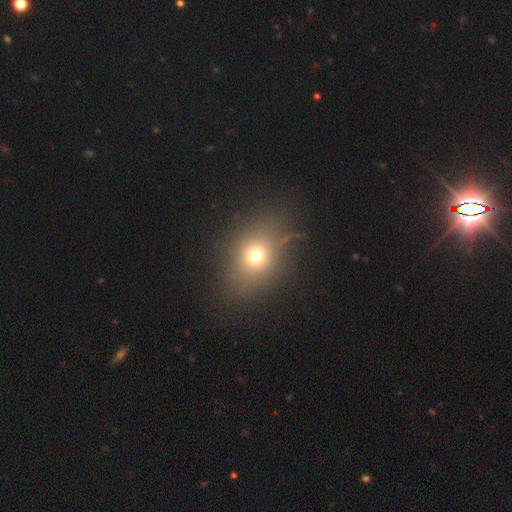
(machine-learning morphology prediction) Smooth or featured? smooth (69%)
How rounded? in between (51%)
Merging? none (80%)